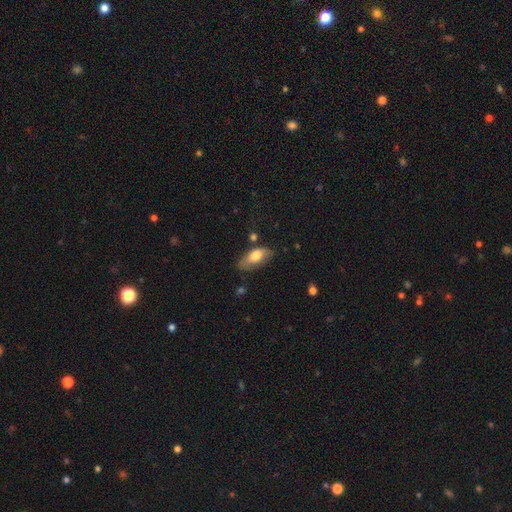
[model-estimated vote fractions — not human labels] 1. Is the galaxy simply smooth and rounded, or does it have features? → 69% smooth, 25% featured or disk, 6% star or artifact.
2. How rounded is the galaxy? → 84% in between, 12% cigar-shaped, 3% round.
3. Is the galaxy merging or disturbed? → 61% none, 27% minor disturbance, 7% major disturbance, 4% merger.